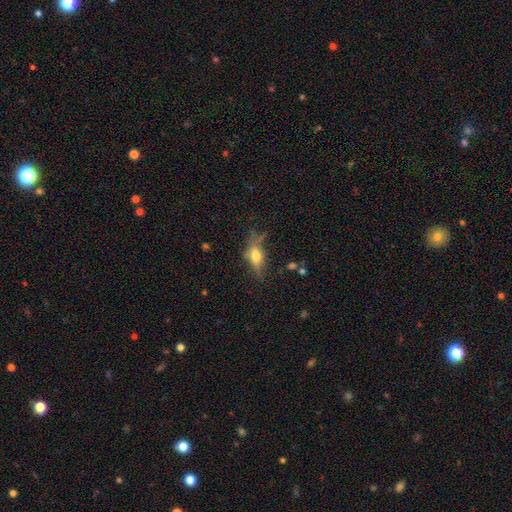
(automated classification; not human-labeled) Smooth or featured? smooth (47%)
Merging? none (63%)